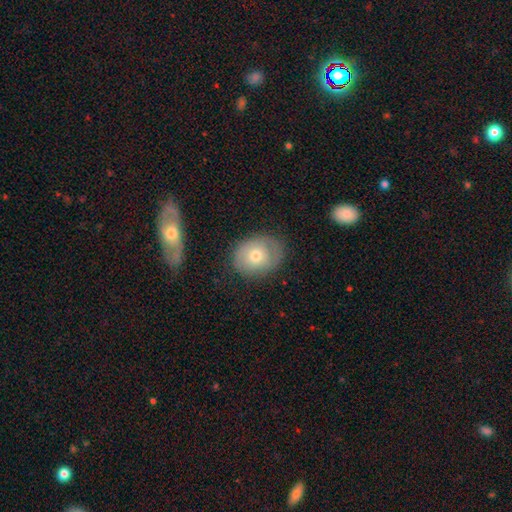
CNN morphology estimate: type=smooth (56%); roundness=round (50%); merging=none (75%).